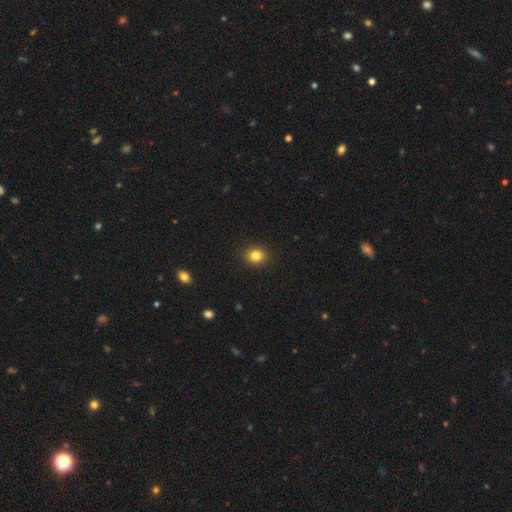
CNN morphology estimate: Overall: smooth (83%). How rounded: round (72%). Merging: none (92%).